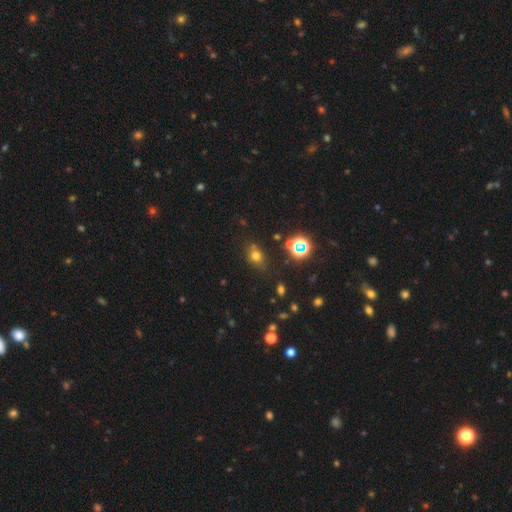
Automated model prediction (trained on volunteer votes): A smooth galaxy with no disk features (64%) that is round (51%).

Vote fractions:
- Smooth or featured? smooth: 64% / star or artifact: 26% / featured or disk: 10%
- How rounded? round: 51% / in between: 48% / cigar-shaped: 2%
- Merging? none: 71% / minor disturbance: 17% / merger: 7% / major disturbance: 5%